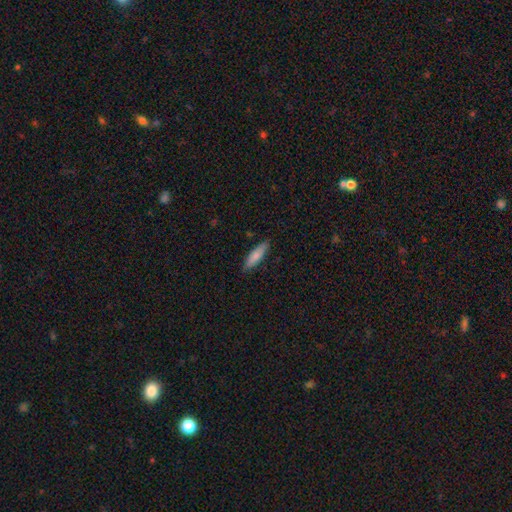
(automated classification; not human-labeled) Overall: smooth (80%). How rounded: cigar-shaped (63%; in between 35%). Merging: none (86%).